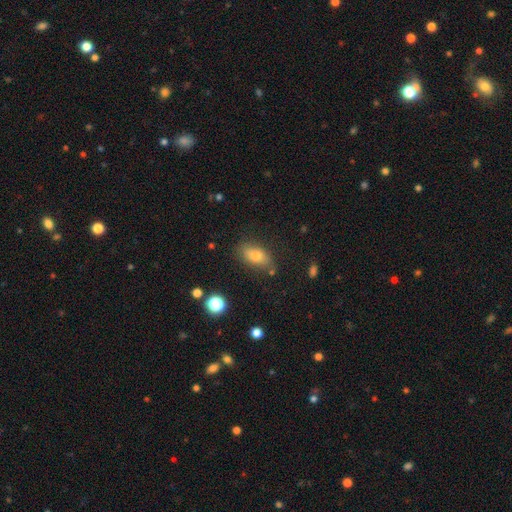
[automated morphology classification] smooth-or-featured: smooth: 76% | featured or disk: 14% | star or artifact: 11%
  how-rounded: in between: 84% | cigar-shaped: 8% | round: 7%
  merging: none: 78% | minor disturbance: 15% | major disturbance: 4% | merger: 3%